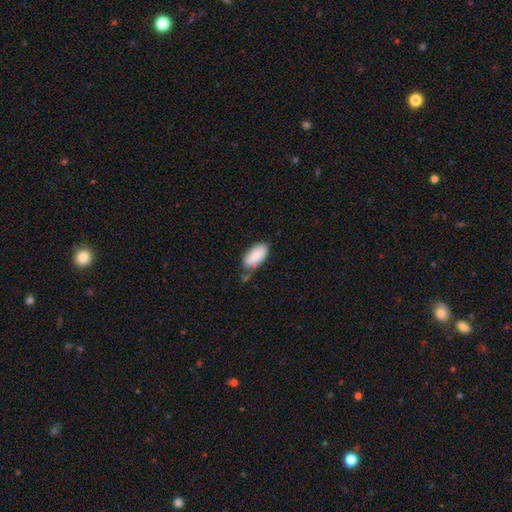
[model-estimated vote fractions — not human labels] Smooth or featured?
  - smooth: 85% *
  - featured or disk: 8%
  - star or artifact: 6%
How rounded?
  - in between: 93% *
  - cigar-shaped: 5%
  - round: 2%
Merging?
  - none: 54% *
  - minor disturbance: 31%
  - major disturbance: 8%
  - merger: 7%